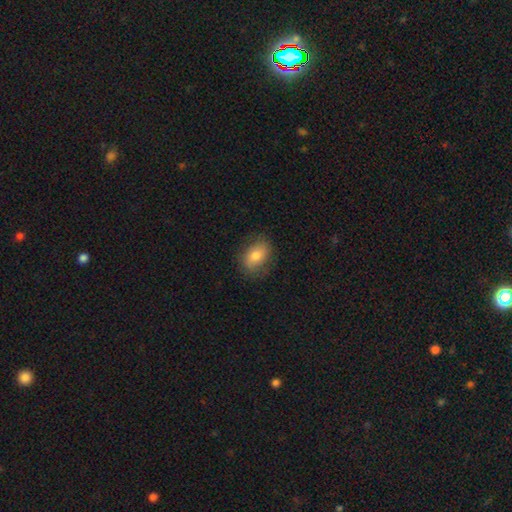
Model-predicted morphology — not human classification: The model was most divided on "how rounded": in between: 77%, round: 21%, cigar-shaped: 2%. More confident: merging — none (79%); smooth or featured — smooth (75%).